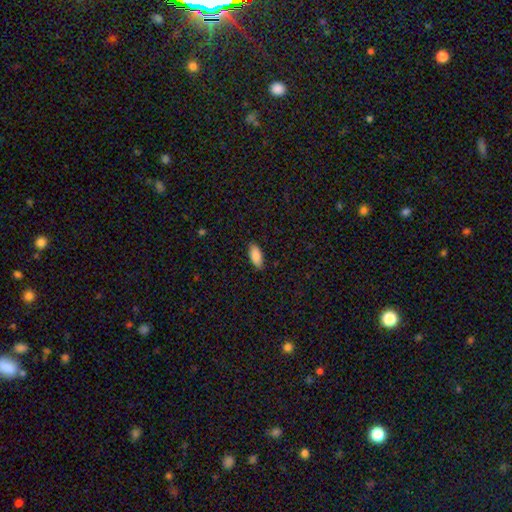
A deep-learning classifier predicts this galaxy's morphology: Overall: smooth (88%). How rounded: in between (87%). Merging: none (87%).